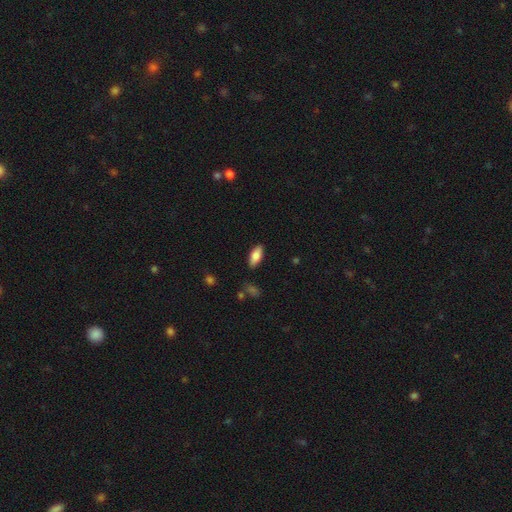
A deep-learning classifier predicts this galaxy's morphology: Smooth or featured?
  - smooth: 82% *
  - featured or disk: 11%
  - star or artifact: 7%
How rounded?
  - in between: 86% *
  - cigar-shaped: 12%
  - round: 2%
Merging?
  - none: 86% *
  - minor disturbance: 10%
  - major disturbance: 2%
  - merger: 1%